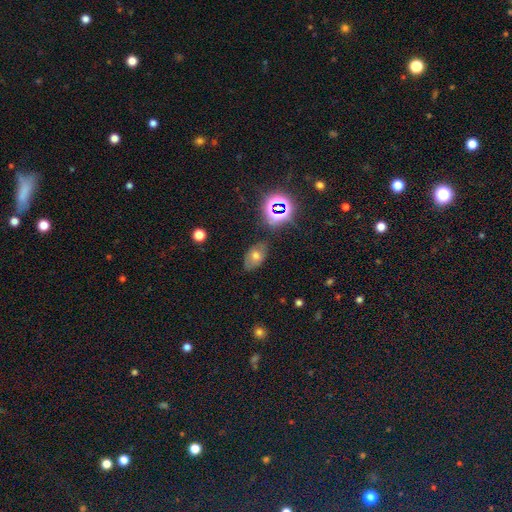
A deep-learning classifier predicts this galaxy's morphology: Smooth or featured?
  - smooth: 59% *
  - star or artifact: 22%
  - featured or disk: 19%
How rounded?
  - in between: 87% *
  - round: 11%
  - cigar-shaped: 2%
Merging?
  - none: 74% *
  - minor disturbance: 19%
  - major disturbance: 5%
  - merger: 3%